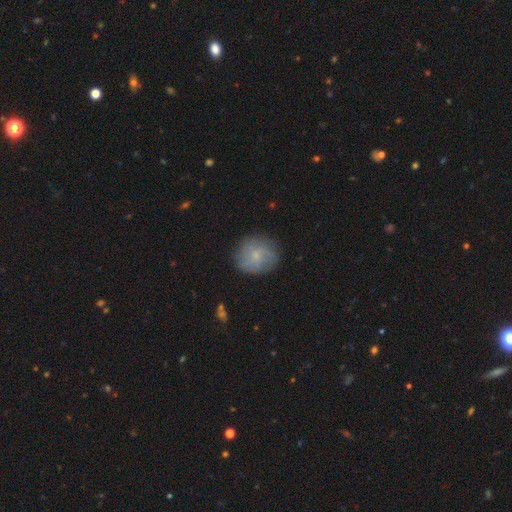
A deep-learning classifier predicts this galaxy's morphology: Smooth or featured? Predicted: smooth (p=0.60). How rounded? Predicted: round (p=0.84). Merging? Predicted: none (p=0.79).